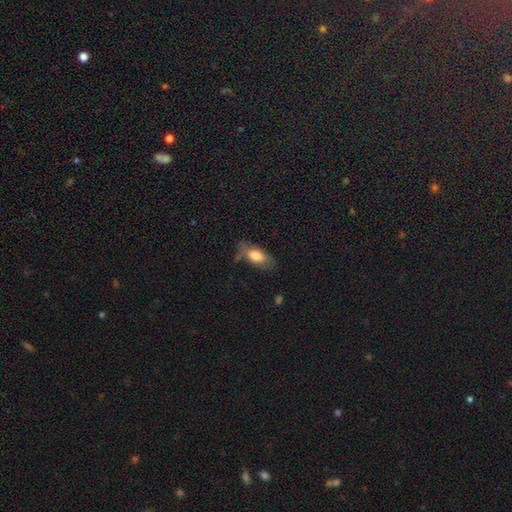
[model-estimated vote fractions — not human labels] Smooth or featured: smooth — 71% (featured or disk — 22%)
How rounded: in between — 86% (cigar-shaped — 10%)
Merging: none — 51% (minor disturbance — 30%)